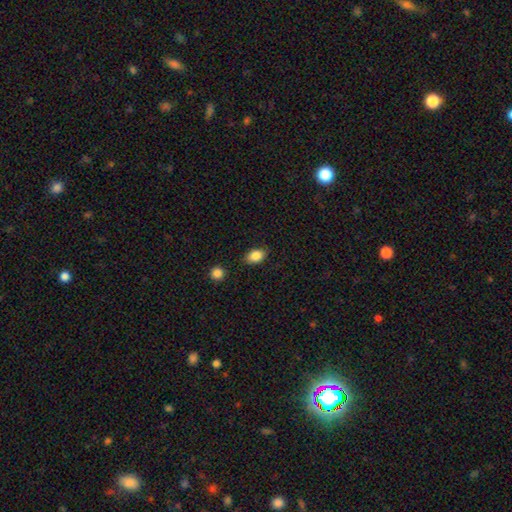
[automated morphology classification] Smooth or featured: smooth — 86% (star or artifact — 8%)
How rounded: in between — 84% (round — 15%)
Merging: none — 82% (minor disturbance — 13%)